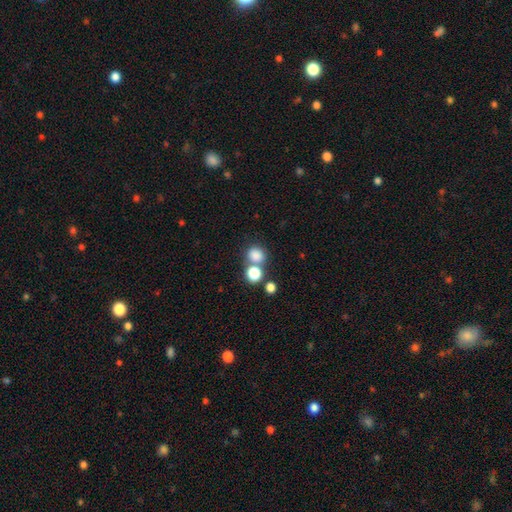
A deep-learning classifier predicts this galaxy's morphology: Smooth or featured? Predicted: smooth (p=0.80). How rounded? Predicted: round (p=0.75). Merging? Predicted: none (p=0.56).